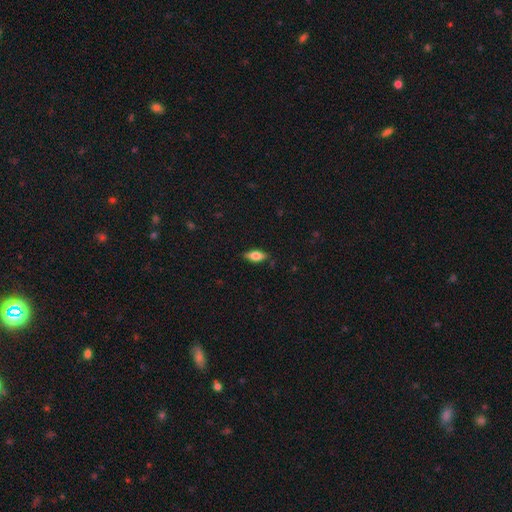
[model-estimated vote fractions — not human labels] smooth-or-featured: smooth: 60% | featured or disk: 32% | star or artifact: 7%
  how-rounded: in between: 75% | cigar-shaped: 22% | round: 4%
  merging: none: 85% | minor disturbance: 12% | major disturbance: 2% | merger: 1%